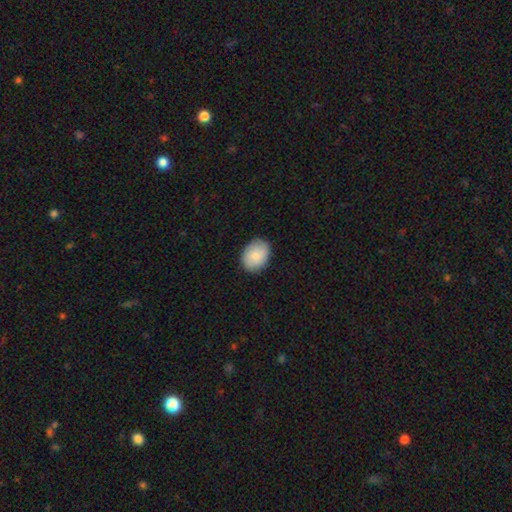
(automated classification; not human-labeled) Overall: smooth (82%). How rounded: in between (61%; round 38%). Merging: none (85%).